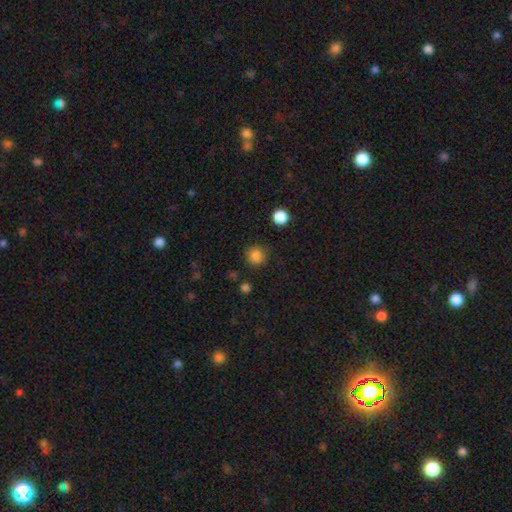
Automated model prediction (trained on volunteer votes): smooth-or-featured: smooth: 84% | star or artifact: 12% | featured or disk: 4%
  how-rounded: round: 92% | in between: 7% | cigar-shaped: 1%
  merging: none: 87% | minor disturbance: 8% | major disturbance: 3% | merger: 2%